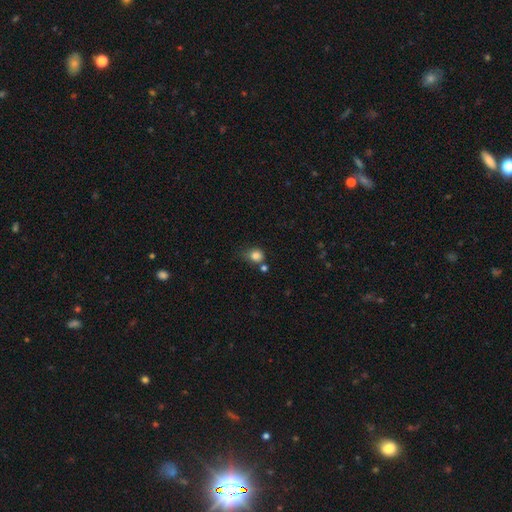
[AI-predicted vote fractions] Morphology: type=smooth (83%); roundness=round (69%); merging=none (53%).